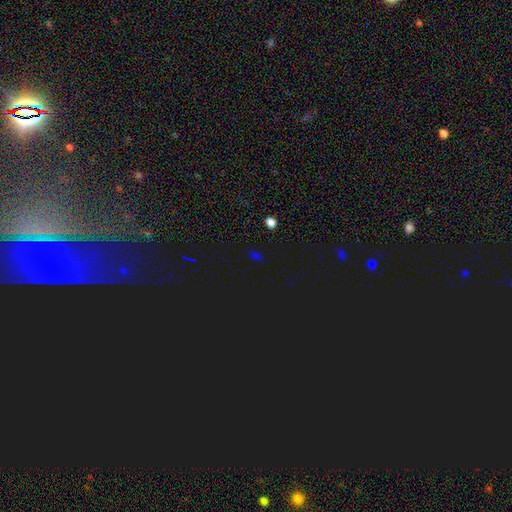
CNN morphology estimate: This appears to be a star or artifact, not a galaxy (57%).